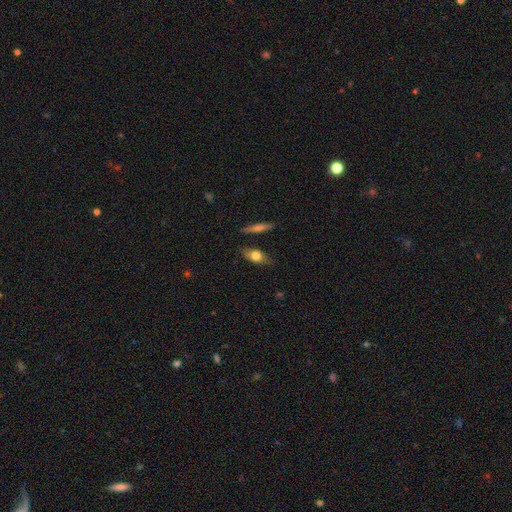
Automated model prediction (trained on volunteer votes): Smooth or featured: smooth — 65% (featured or disk — 27%)
How rounded: in between — 69% (cigar-shaped — 22%)
Merging: none — 79% (minor disturbance — 15%)